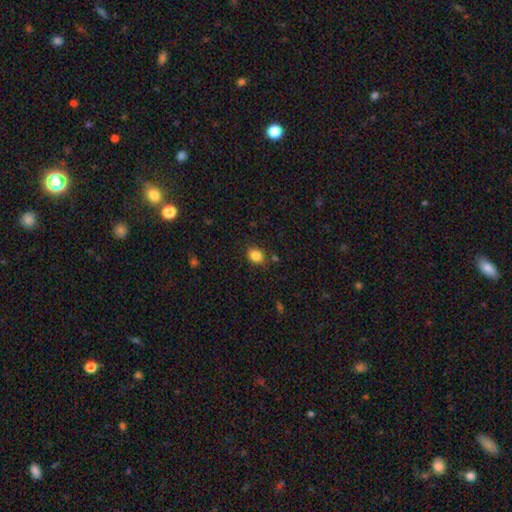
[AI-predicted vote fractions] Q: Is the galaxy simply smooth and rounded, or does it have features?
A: smooth — 85%.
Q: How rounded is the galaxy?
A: round — 53%.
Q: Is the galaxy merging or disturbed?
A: none — 82%.